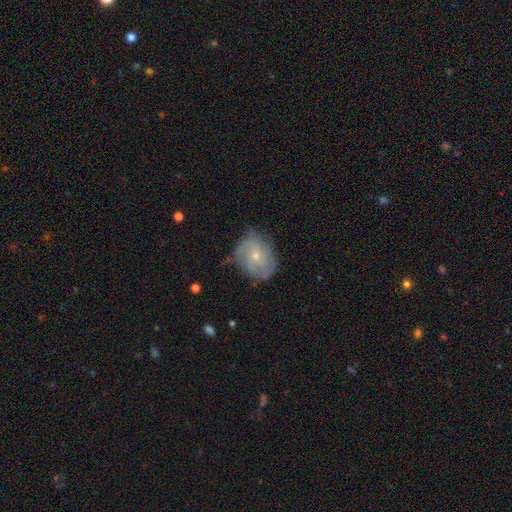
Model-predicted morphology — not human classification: The model was most divided on "smooth or featured": featured or disk: 54%, smooth: 38%, star or artifact: 7%. More confident: edge-on disk — no (97%); bar — no (81%); spiral arms — yes (75%); bulge size — small (64%); merging — none (57%).